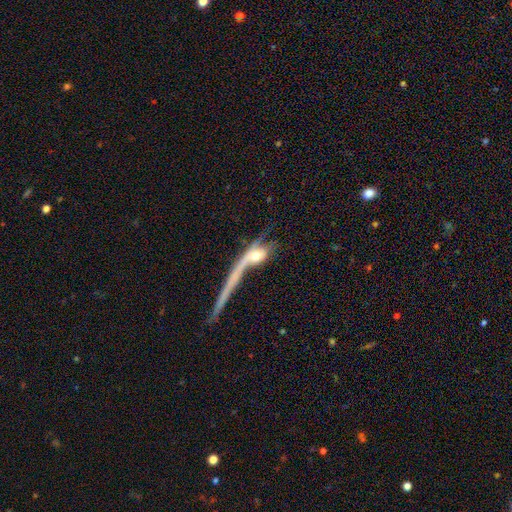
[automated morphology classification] featured or disk 50%, smooth 40%, star or artifact 10%. Down the decision tree: merging — major disturbance (31%).